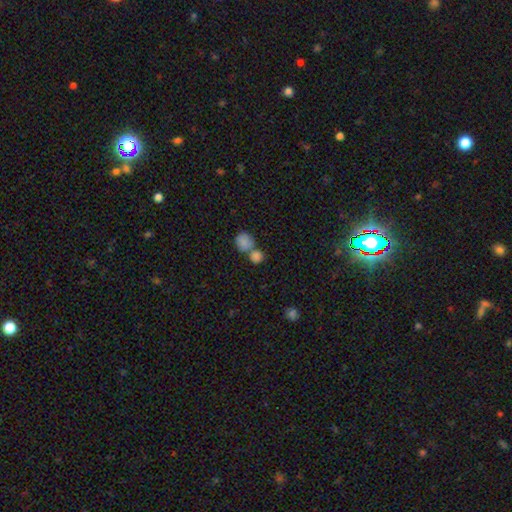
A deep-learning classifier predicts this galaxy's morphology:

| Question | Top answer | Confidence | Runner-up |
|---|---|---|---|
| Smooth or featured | smooth | 83% | star or artifact (10%) |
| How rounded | round | 76% | in between (23%) |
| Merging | merger | 50% | none (39%) |